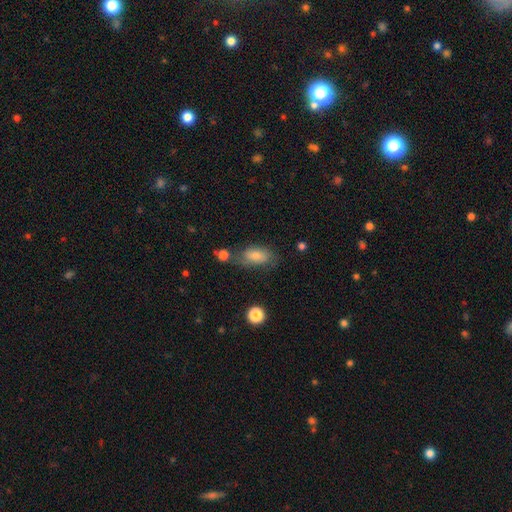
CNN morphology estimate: A smooth galaxy with no disk features (70%) that is in between round and cigar-shaped (87%).

Vote fractions:
- Smooth or featured? smooth: 70% / featured or disk: 20% / star or artifact: 11%
- How rounded? in between: 87% / cigar-shaped: 7% / round: 6%
- Merging? none: 61% / minor disturbance: 23% / major disturbance: 9% / merger: 8%